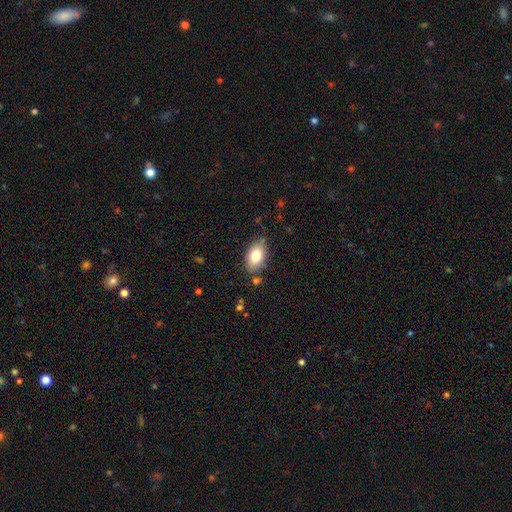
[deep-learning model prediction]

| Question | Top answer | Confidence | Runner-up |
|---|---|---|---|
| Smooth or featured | smooth | 80% | featured or disk (12%) |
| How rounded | in between | 88% | round (10%) |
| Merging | none | 78% | minor disturbance (15%) |